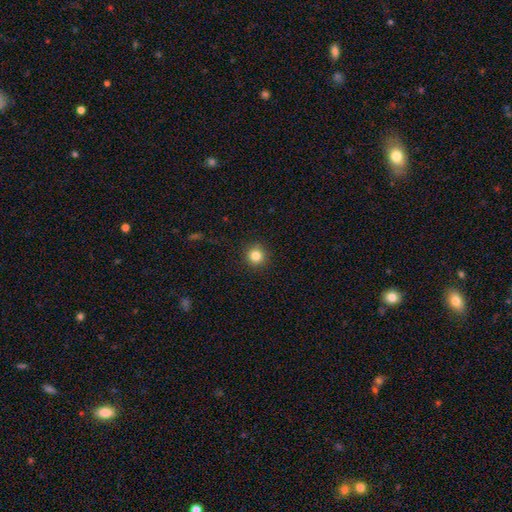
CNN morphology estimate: type=smooth (83%); roundness=round (94%); merging=none (91%).